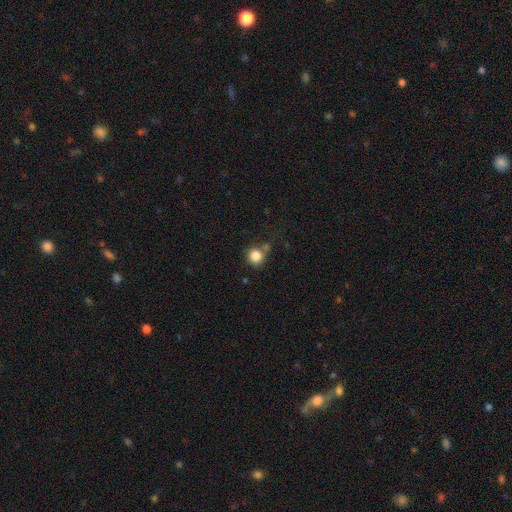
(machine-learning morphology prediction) type=smooth (85%); roundness=round (90%); merging=none (69%).